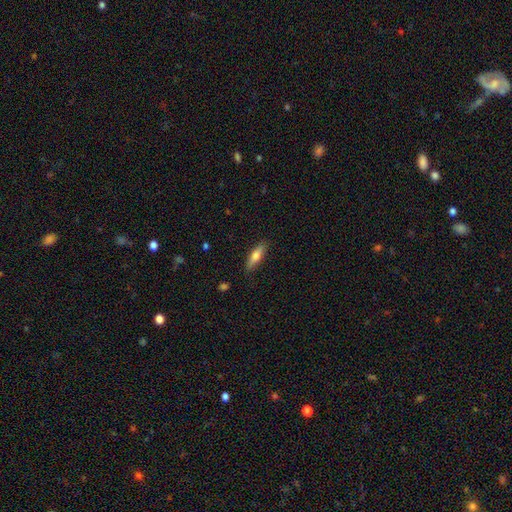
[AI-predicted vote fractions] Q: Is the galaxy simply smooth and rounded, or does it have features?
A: smooth — 67%.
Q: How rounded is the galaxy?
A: cigar-shaped — 59%.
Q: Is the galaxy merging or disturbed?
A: none — 86%.